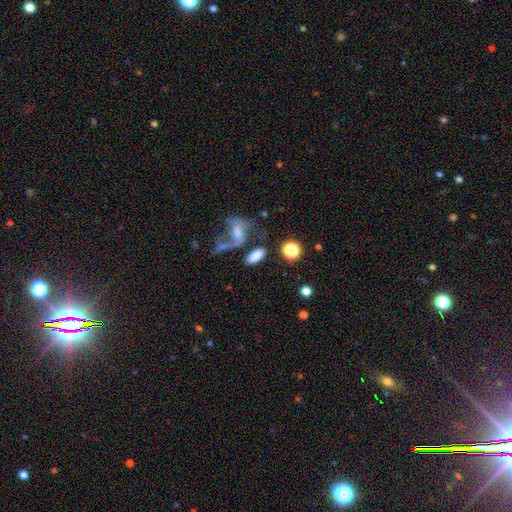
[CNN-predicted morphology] smooth_or_featured: smooth (p=0.75) [alt: featured or disk p=0.13]
how_rounded: in between (p=0.83) [alt: cigar-shaped p=0.10]
merging: none (p=0.59) [alt: merger p=0.17]